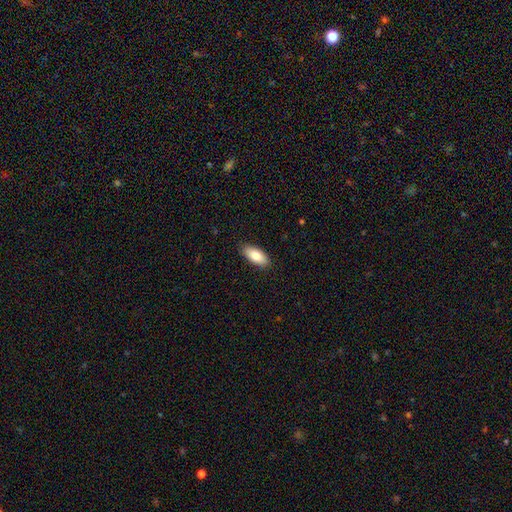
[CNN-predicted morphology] This is clearly a smooth galaxy (81%). How rounded: clearly in between (87%). Merging: clearly none (88%).